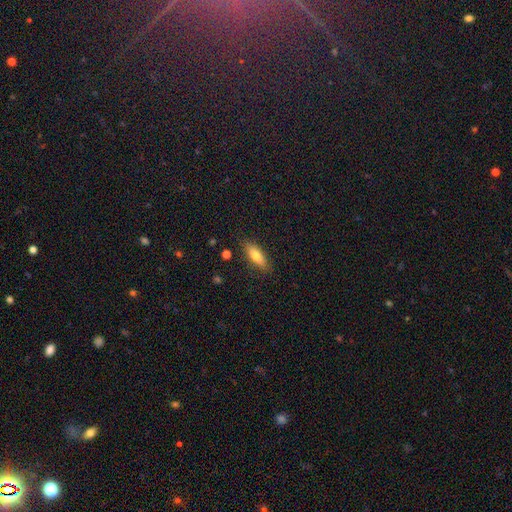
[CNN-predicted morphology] smooth_or_featured: smooth (p=0.71) [alt: featured or disk p=0.22]
how_rounded: in between (p=0.61) [alt: cigar-shaped p=0.37]
merging: none (p=0.86) [alt: minor disturbance p=0.11]